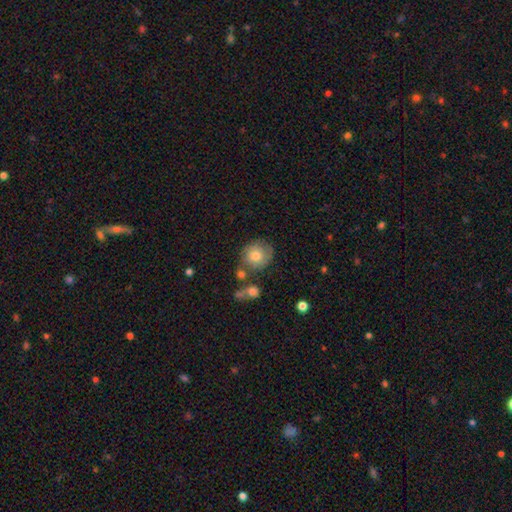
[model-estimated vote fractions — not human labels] Smooth or featured? Predicted: smooth (p=0.68). How rounded? Predicted: round (p=0.81). Merging? Predicted: none (p=0.62).